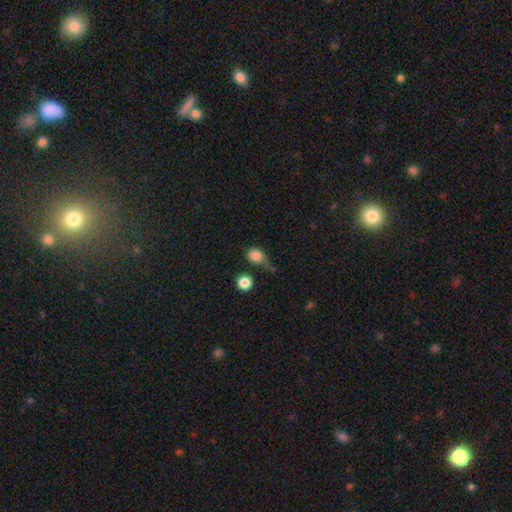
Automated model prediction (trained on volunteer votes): A smooth galaxy with no disk features (84%) that is round (72%). Merging: none (50%).